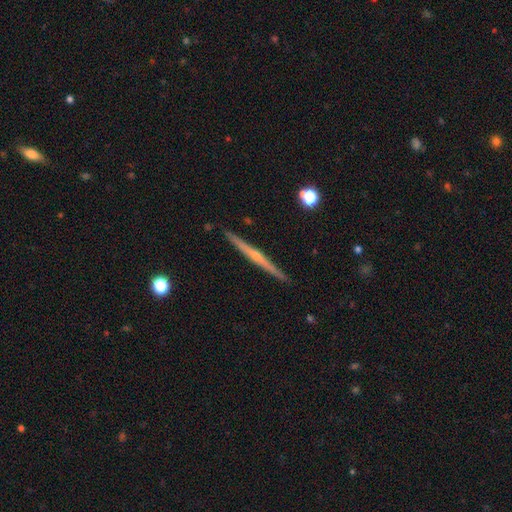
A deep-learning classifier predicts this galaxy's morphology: featured or disk 78%, smooth 16%, star or artifact 6%. Down the decision tree: edge-on disk — yes (98%); edge-on bulge — rounded (74%); merging — none (92%).